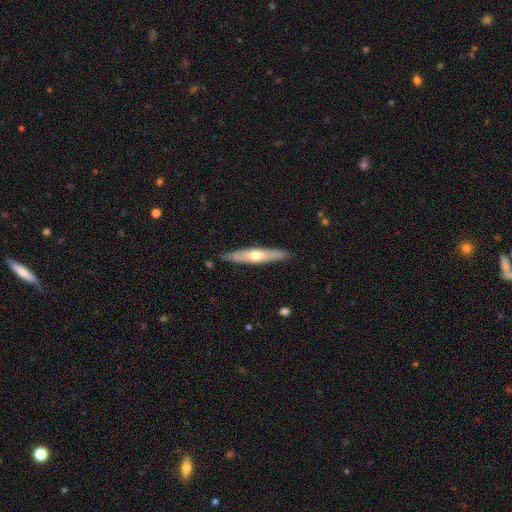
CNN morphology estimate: Smooth or featured? featured or disk (51%)
Edge-on disk? yes (86%)
Merging? none (88%)